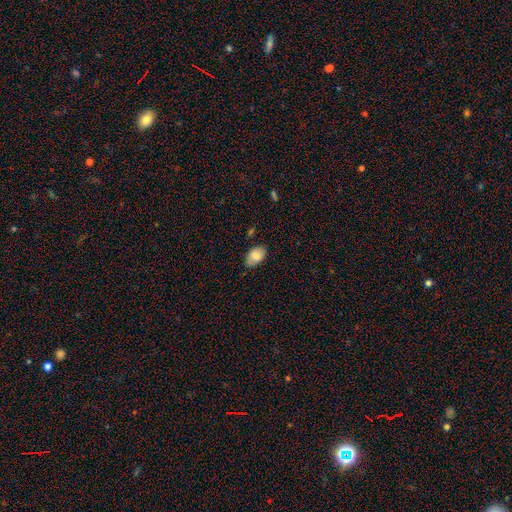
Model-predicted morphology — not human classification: smooth 80%, featured or disk 13%, star or artifact 7%. Down the decision tree: how rounded — in between (91%); merging — none (75%).